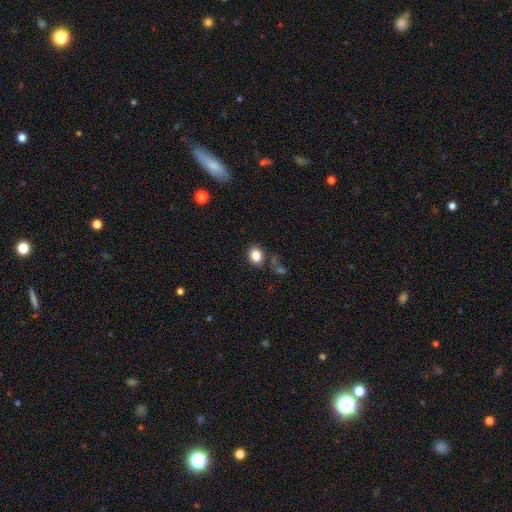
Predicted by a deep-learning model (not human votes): Smooth or featured: smooth — 84% (star or artifact — 10%)
How rounded: in between — 52% (round — 47%)
Merging: none — 75% (minor disturbance — 15%)